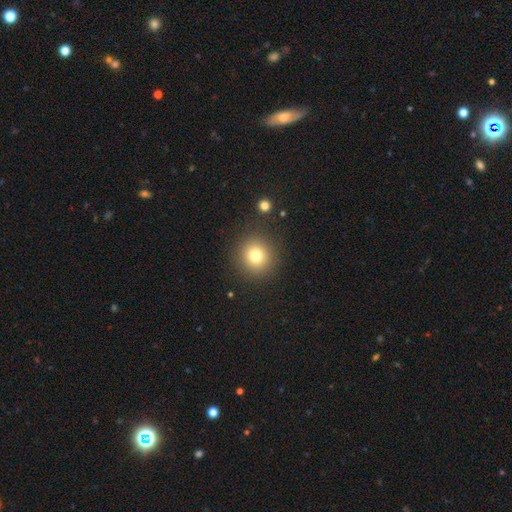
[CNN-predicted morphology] Smooth or featured? Predicted: smooth (p=0.77). How rounded? Predicted: round (p=0.92). Merging? Predicted: none (p=0.88).